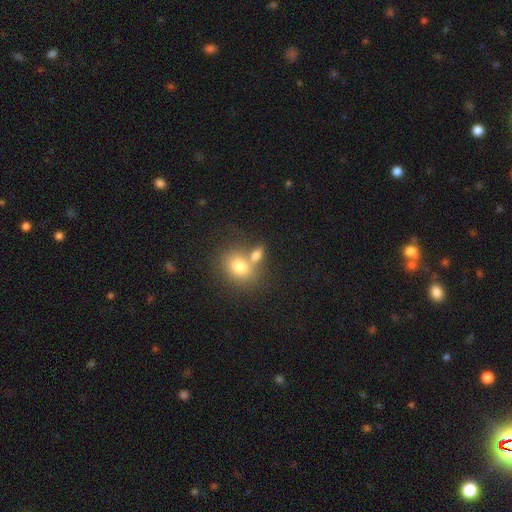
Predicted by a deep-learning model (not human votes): Smooth or featured? Predicted: smooth (p=0.76). How rounded? Predicted: in between (p=0.61). Merging? Predicted: merger (p=0.43).